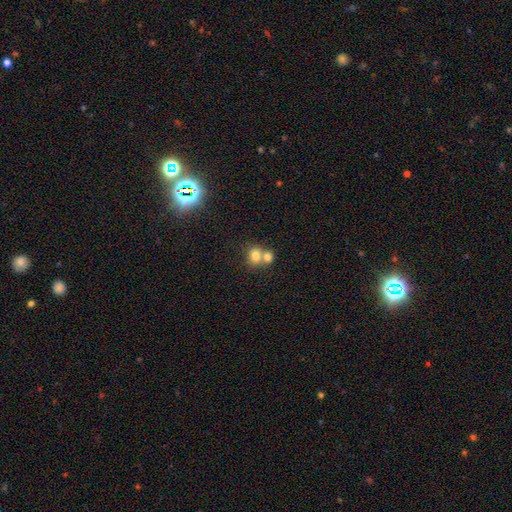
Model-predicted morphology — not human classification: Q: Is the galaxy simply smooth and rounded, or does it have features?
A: smooth — 77%.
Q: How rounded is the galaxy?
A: round — 64%.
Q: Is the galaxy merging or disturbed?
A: merger — 58%.